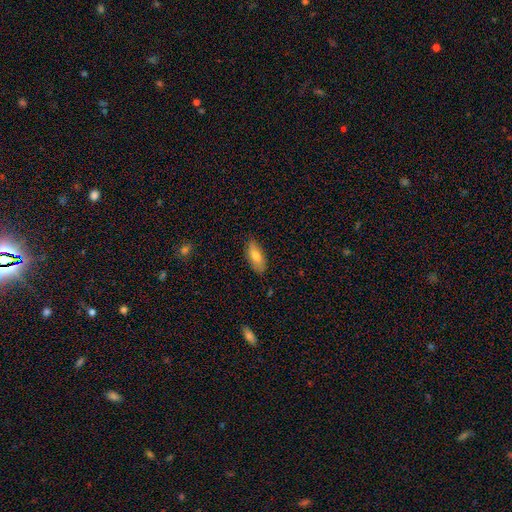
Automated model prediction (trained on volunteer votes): The model was most divided on "smooth or featured": smooth: 73%, featured or disk: 20%, star or artifact: 6%. More confident: merging — none (83%); how rounded — in between (81%).